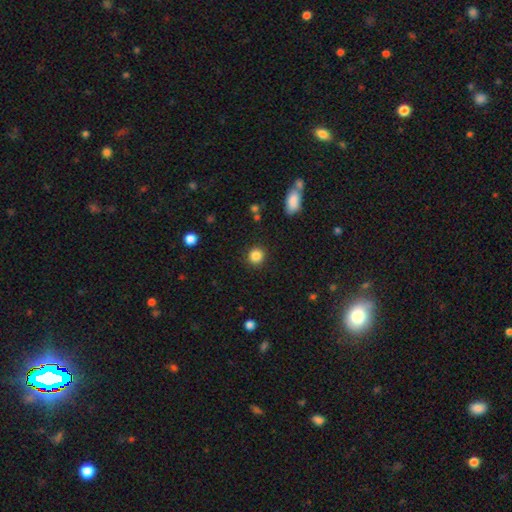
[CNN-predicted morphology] Smooth or featured? smooth (86%)
How rounded? round (90%)
Merging? none (90%)